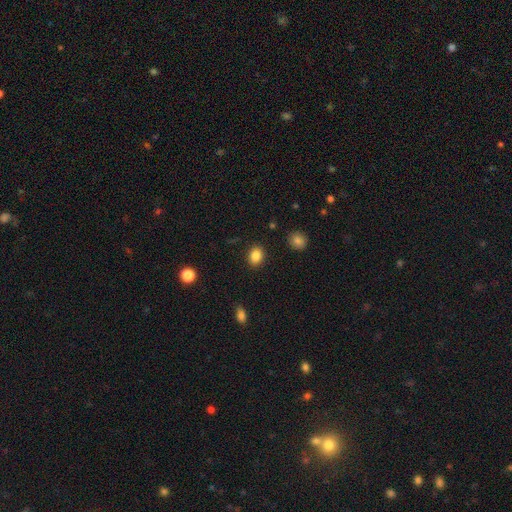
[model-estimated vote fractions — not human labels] smooth_or_featured: smooth (p=0.85) [alt: star or artifact p=0.10]
how_rounded: in between (p=0.55) [alt: round p=0.44]
merging: none (p=0.89) [alt: minor disturbance p=0.07]